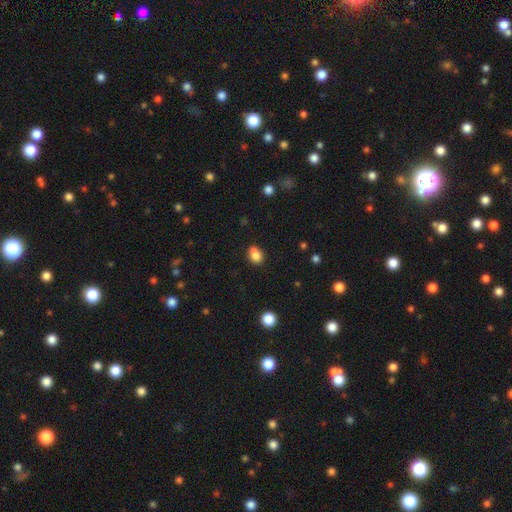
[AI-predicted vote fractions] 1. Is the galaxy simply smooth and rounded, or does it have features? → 81% smooth, 11% star or artifact, 8% featured or disk.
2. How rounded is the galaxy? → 51% in between, 48% round, 1% cigar-shaped.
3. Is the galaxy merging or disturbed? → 52% none, 22% merger, 20% minor disturbance, 6% major disturbance.